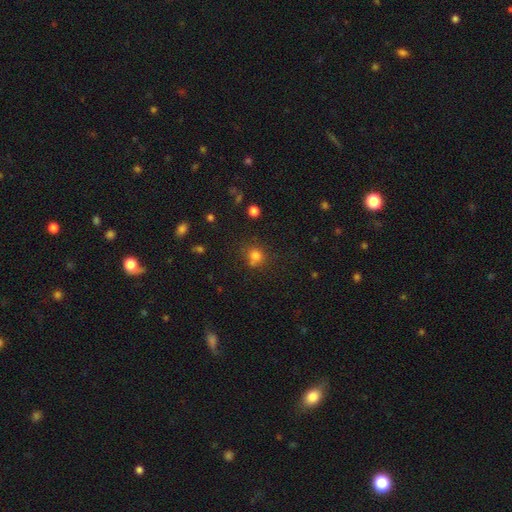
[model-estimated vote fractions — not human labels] Q: Smooth or featured?
A: smooth (76%); runner-up: star or artifact (16%)
Q: How rounded?
A: round (81%); runner-up: in between (18%)
Q: Merging?
A: none (63%); runner-up: minor disturbance (16%)